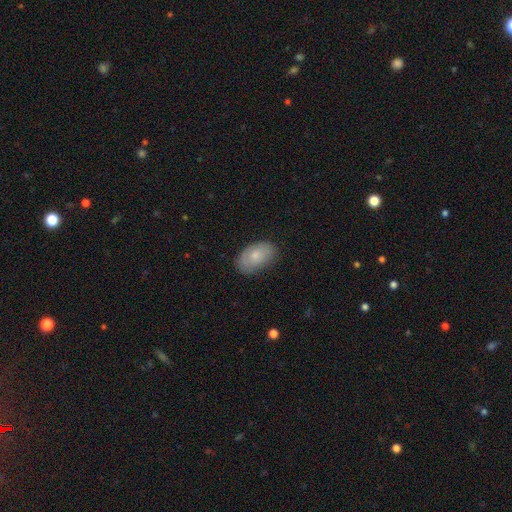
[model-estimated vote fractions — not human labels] This appears to be a smooth galaxy with no disk features (72%) that is in between round and cigar-shaped (92%). Merging: none (77%).